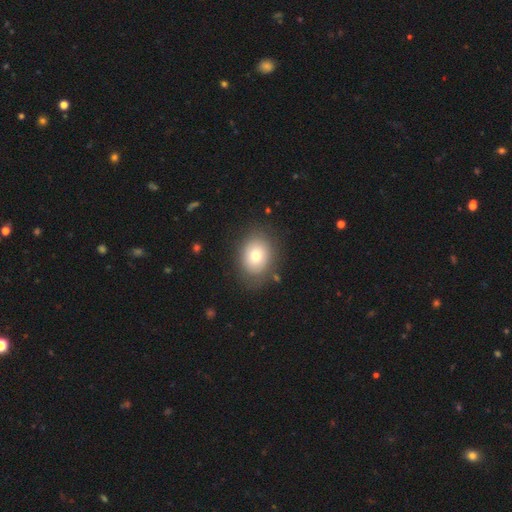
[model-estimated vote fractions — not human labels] A smooth galaxy with no disk features (75%) that is in between round and cigar-shaped (57%). Merging: none (80%).